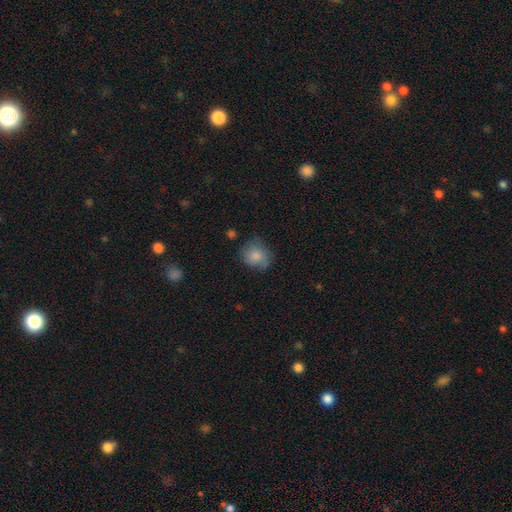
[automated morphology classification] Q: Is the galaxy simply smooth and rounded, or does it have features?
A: smooth — 80%.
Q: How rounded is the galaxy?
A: round — 68%.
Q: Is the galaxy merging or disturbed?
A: none — 58%.